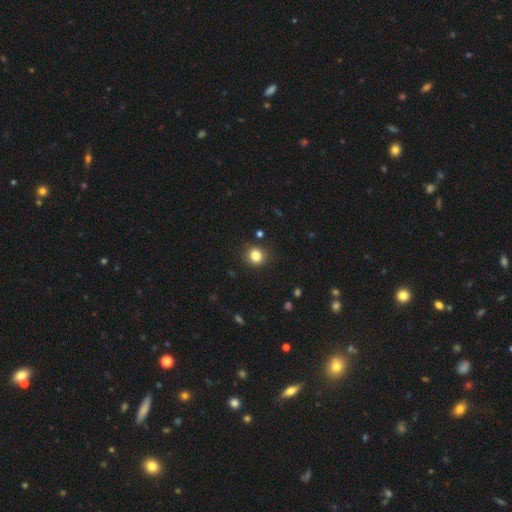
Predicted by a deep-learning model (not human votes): smooth_or_featured: smooth (p=0.82) [alt: star or artifact p=0.12]
how_rounded: round (p=0.87) [alt: in between p=0.12]
merging: none (p=0.89) [alt: minor disturbance p=0.07]